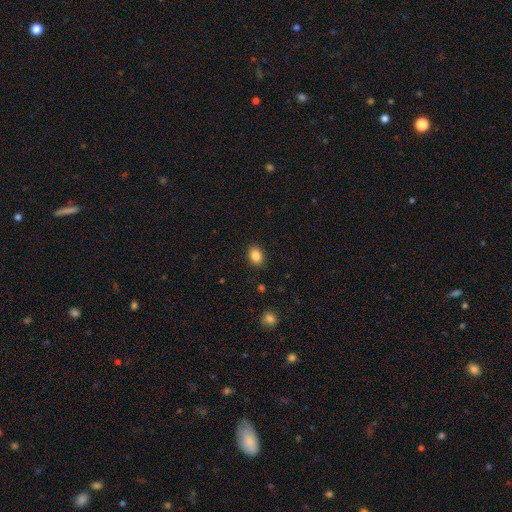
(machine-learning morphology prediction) The model was most divided on "how rounded": in between: 63%, round: 36%, cigar-shaped: 1%. More confident: merging — none (88%); smooth or featured — smooth (86%).